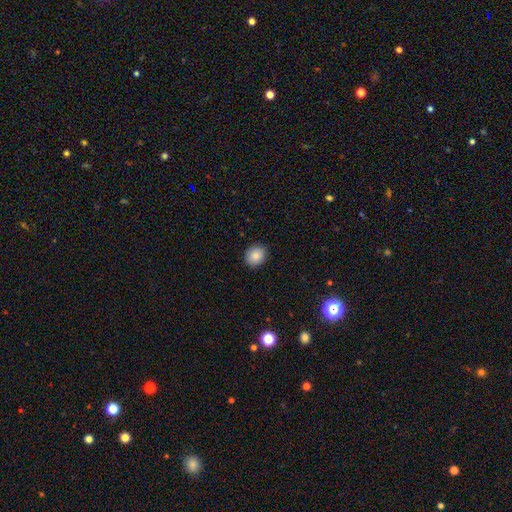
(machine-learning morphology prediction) Smooth or featured: smooth — 85% (star or artifact — 9%)
How rounded: round — 62% (in between — 37%)
Merging: none — 89% (minor disturbance — 8%)